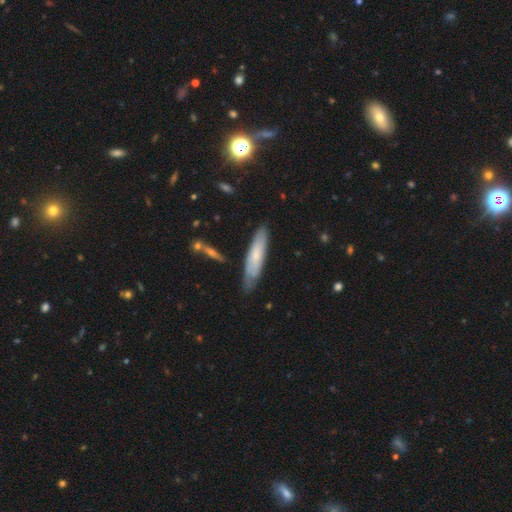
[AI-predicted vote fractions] smooth_or_featured: smooth (p=0.57) [alt: featured or disk p=0.36]
how_rounded: cigar-shaped (p=0.73) [alt: in between p=0.26]
merging: none (p=0.70) [alt: minor disturbance p=0.23]